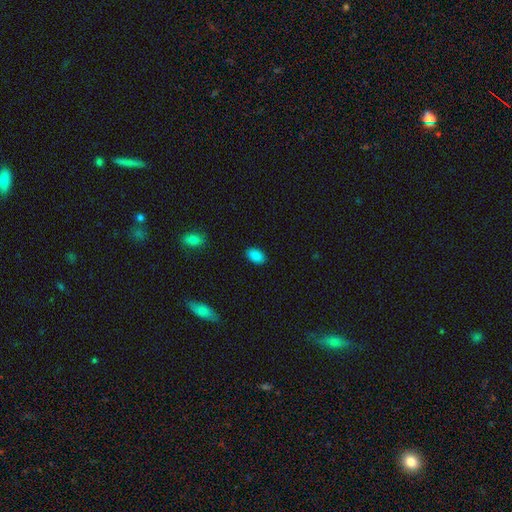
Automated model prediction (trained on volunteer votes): This appears to be a smooth galaxy with no disk features (88%) that is in between round and cigar-shaped (91%). Merging: none (88%).